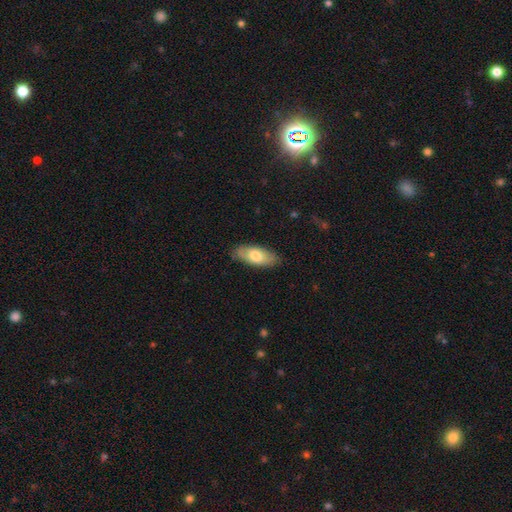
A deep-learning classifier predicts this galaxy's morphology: Smooth or featured? smooth (71%)
How rounded? in between (86%)
Merging? none (82%)